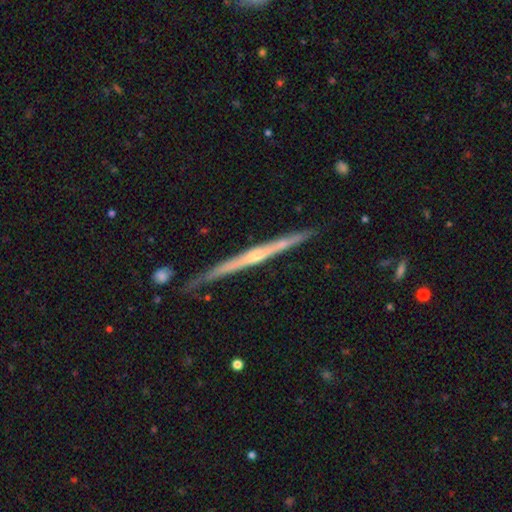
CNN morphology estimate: featured or disk 79%, smooth 16%, star or artifact 6%. Down the decision tree: edge-on disk — yes (98%); edge-on bulge — rounded (56%); merging — none (84%).